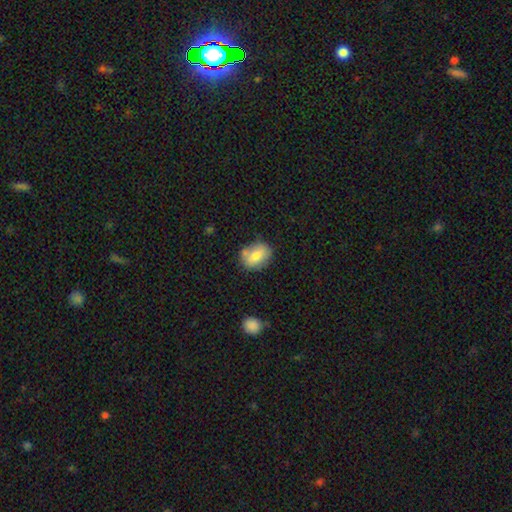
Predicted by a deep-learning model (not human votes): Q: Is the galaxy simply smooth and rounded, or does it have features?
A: smooth — 75%.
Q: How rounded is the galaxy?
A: in between — 69%.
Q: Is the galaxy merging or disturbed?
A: none — 68%.